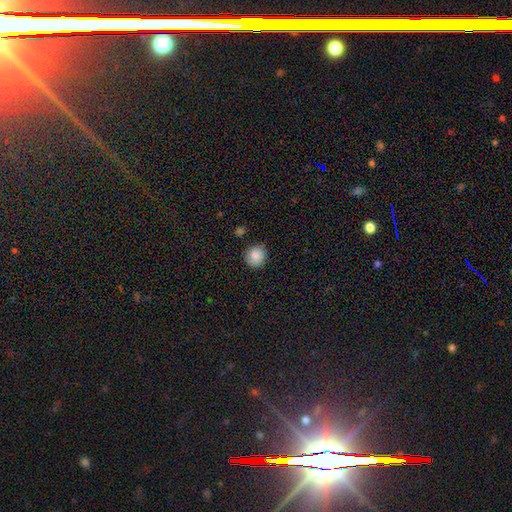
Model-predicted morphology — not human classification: The model was most divided on "merging": none: 82%, minor disturbance: 14%, major disturbance: 3%, merger: 2%. More confident: how rounded — round (86%); smooth or featured — smooth (85%).